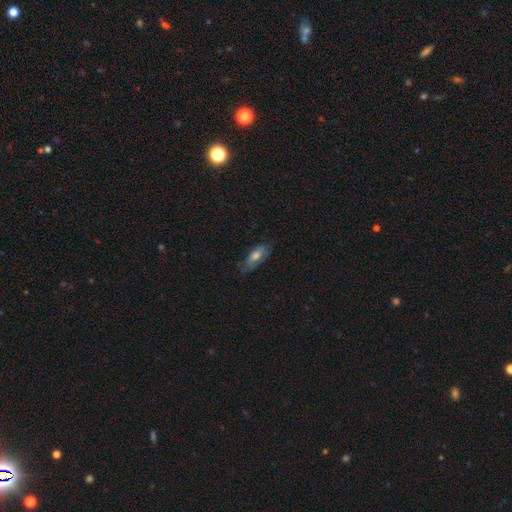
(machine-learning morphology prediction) A smooth galaxy with no disk features (56%) that is in between round and cigar-shaped (77%). Merging: none (66%).